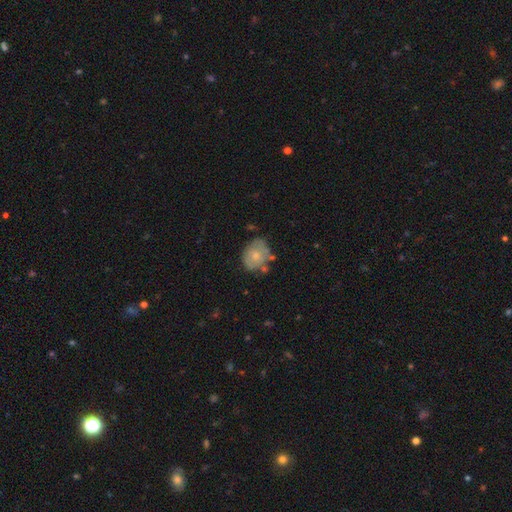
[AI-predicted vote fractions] smooth 57%, featured or disk 36%, star or artifact 7%. Down the decision tree: how rounded — round (51%); merging — none (51%).